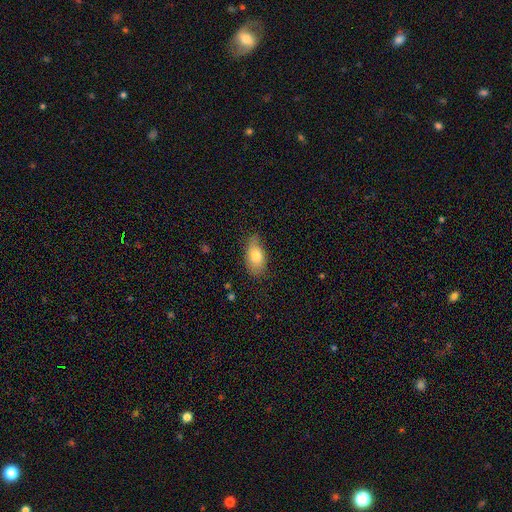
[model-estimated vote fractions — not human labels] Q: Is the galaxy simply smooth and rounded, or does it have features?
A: smooth — 78%.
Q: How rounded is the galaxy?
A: in between — 90%.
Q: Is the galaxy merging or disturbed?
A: none — 68%.